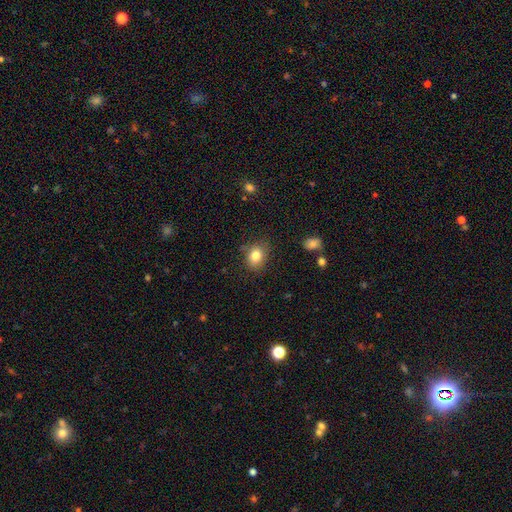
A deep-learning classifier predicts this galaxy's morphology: A smooth galaxy with no disk features (83%) that is in between round and cigar-shaped (54%). Merging: none (77%).